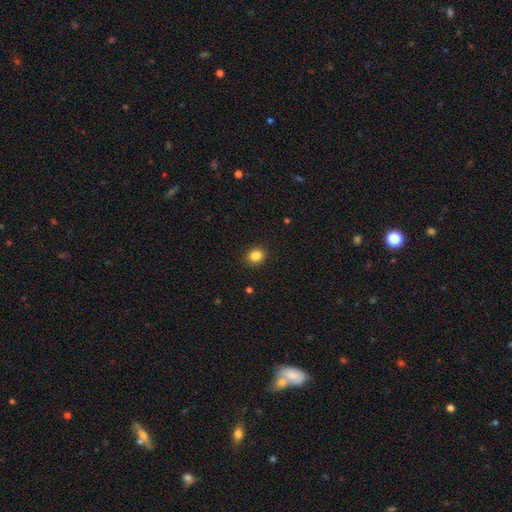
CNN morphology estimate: This appears to be a smooth galaxy with no disk features (85%) that is round (64%). Merging: none (90%).